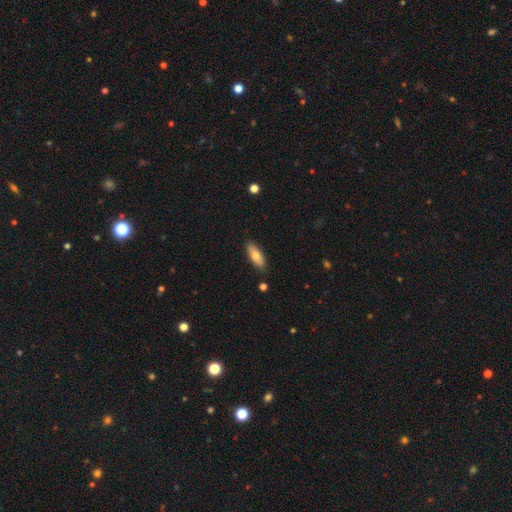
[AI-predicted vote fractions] Smooth or featured? smooth (73%)
How rounded? in between (60%)
Merging? none (87%)